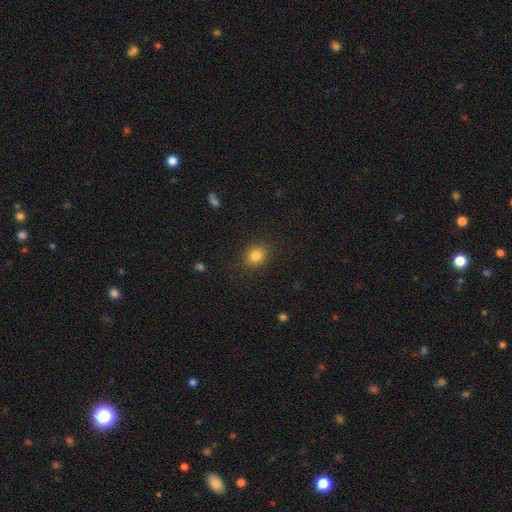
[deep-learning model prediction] Q: Smooth or featured?
A: smooth (83%); runner-up: star or artifact (11%)
Q: How rounded?
A: round (72%); runner-up: in between (28%)
Q: Merging?
A: none (88%); runner-up: minor disturbance (8%)